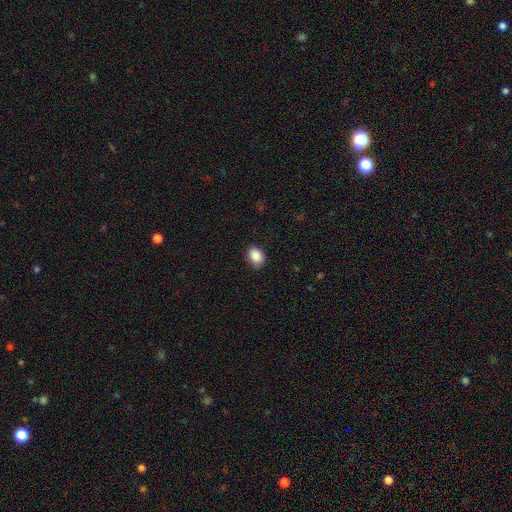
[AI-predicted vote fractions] Smooth or featured? smooth (89%)
How rounded? in between (75%)
Merging? none (83%)